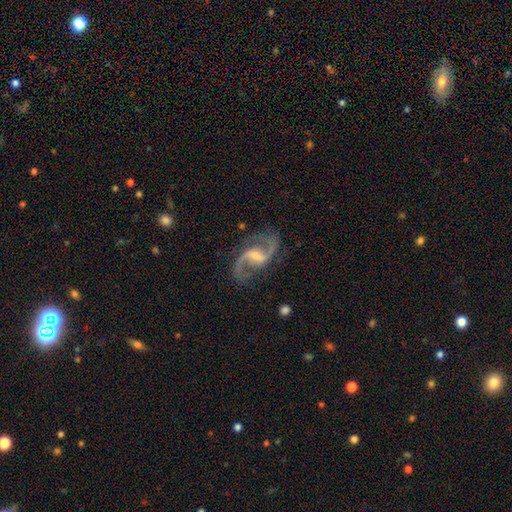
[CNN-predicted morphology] This is clearly a featured or disk galaxy (92%). It is clearly not viewed edge-on (98%). Bar: possibly weak (58%). Spiral arm pattern: clearly yes (98%). Spiral arm count: clearly 2 (94%). Spiral winding: possibly loose (56%). Central bulge: marginally small (36%). Merging: likely none (79%).